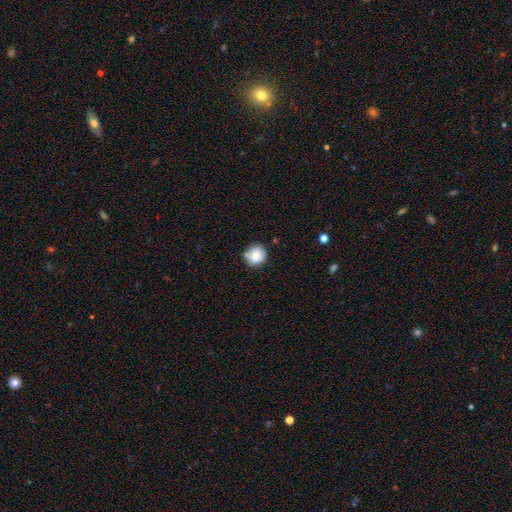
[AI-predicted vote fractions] Smooth or featured? Predicted: smooth (p=0.80). How rounded? Predicted: round (p=0.91). Merging? Predicted: none (p=0.70).